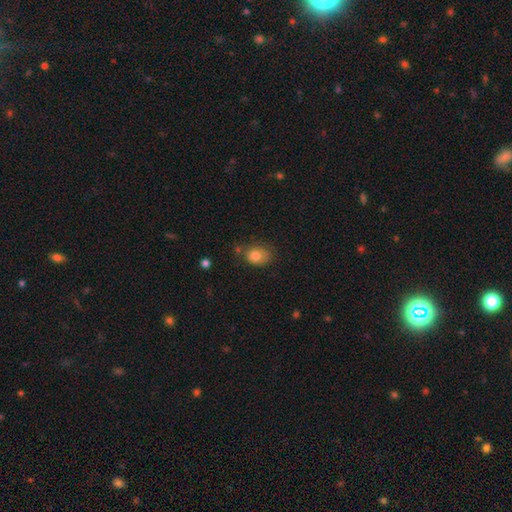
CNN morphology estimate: This is clearly a smooth galaxy (80%). How rounded: possibly in between (57%). Merging: possibly none (59%).